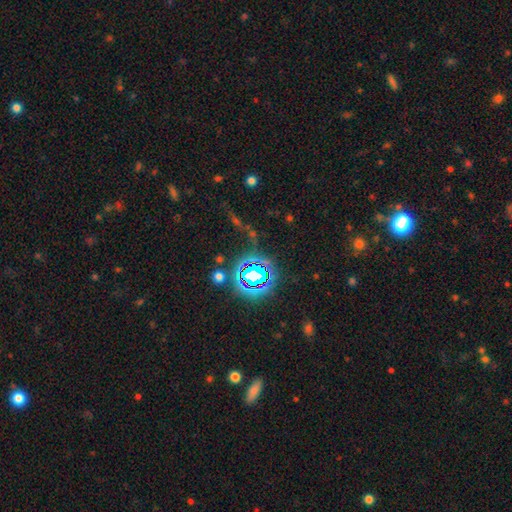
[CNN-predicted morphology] type=star or artifact (76%).